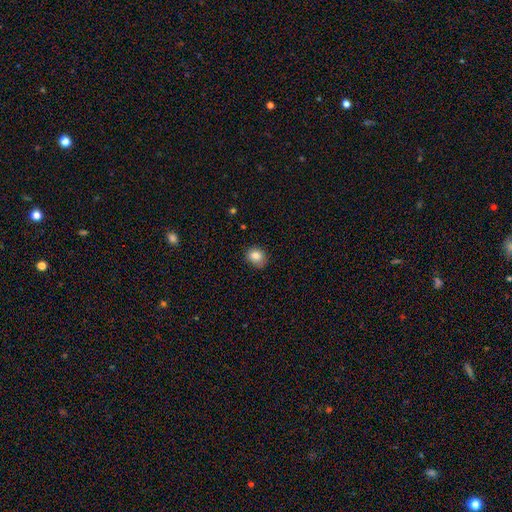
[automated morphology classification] Overall: smooth (84%). How rounded: round (57%; in between 42%). Merging: none (78%).